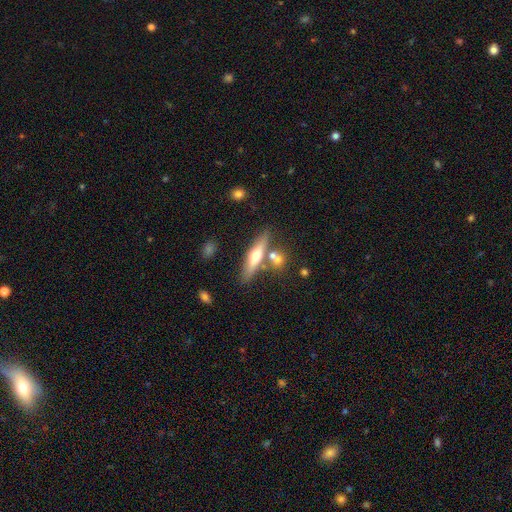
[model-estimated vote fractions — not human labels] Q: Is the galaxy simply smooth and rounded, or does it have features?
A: featured or disk — 52%.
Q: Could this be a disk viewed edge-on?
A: yes — 90%.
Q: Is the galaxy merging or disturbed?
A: none — 70%.